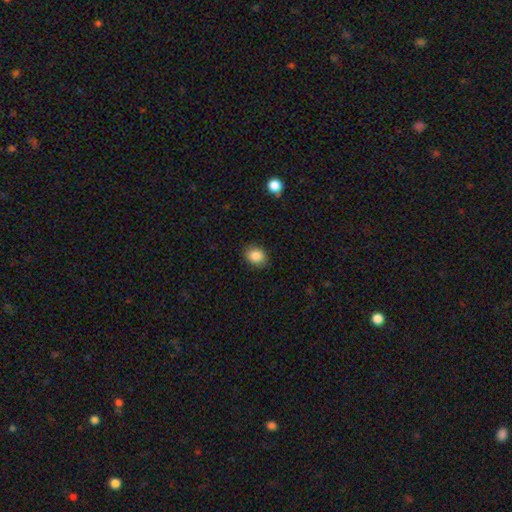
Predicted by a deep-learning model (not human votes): This is clearly a smooth galaxy (86%). How rounded: possibly in between (52%). Merging: clearly none (87%).